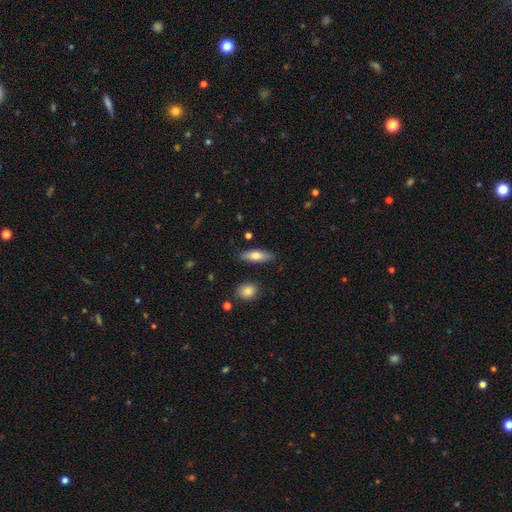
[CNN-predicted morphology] Smooth or featured?
  - smooth: 71% *
  - featured or disk: 22%
  - star or artifact: 7%
How rounded?
  - in between: 57% *
  - cigar-shaped: 40%
  - round: 3%
Merging?
  - none: 84% *
  - minor disturbance: 11%
  - merger: 2%
  - major disturbance: 2%